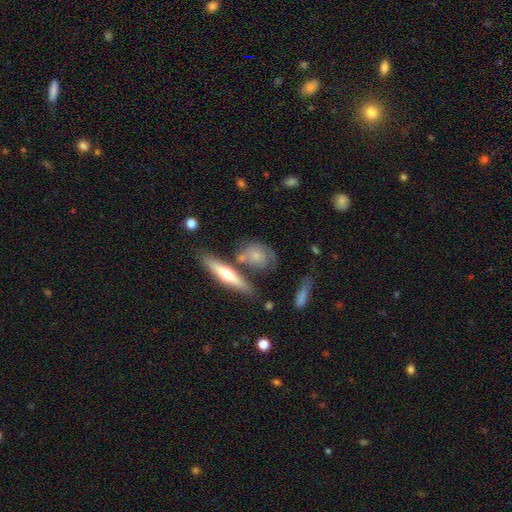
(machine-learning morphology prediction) type=smooth (47%); merging=none (56%).